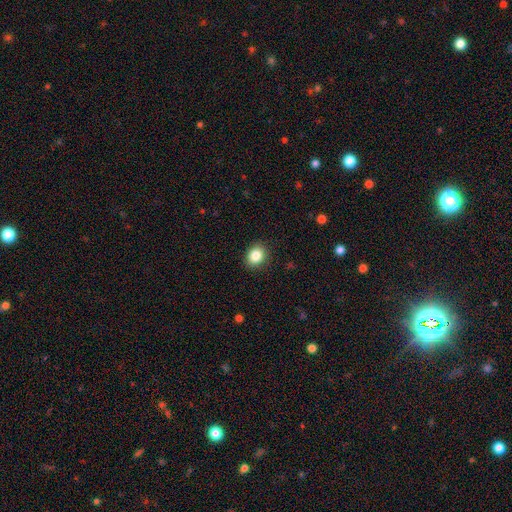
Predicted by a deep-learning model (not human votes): The model was most divided on "how rounded": round: 53%, in between: 46%, cigar-shaped: 1%. More confident: merging — none (89%); smooth or featured — smooth (86%).